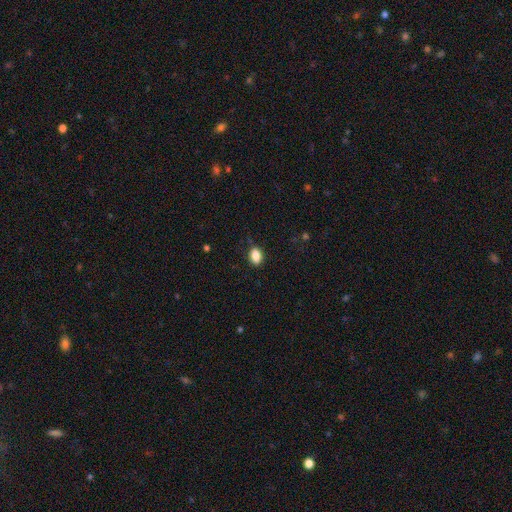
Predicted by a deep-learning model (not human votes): Smooth or featured?
  - smooth: 87% *
  - star or artifact: 9%
  - featured or disk: 5%
How rounded?
  - in between: 82% *
  - round: 15%
  - cigar-shaped: 2%
Merging?
  - none: 79% *
  - minor disturbance: 16%
  - major disturbance: 3%
  - merger: 1%